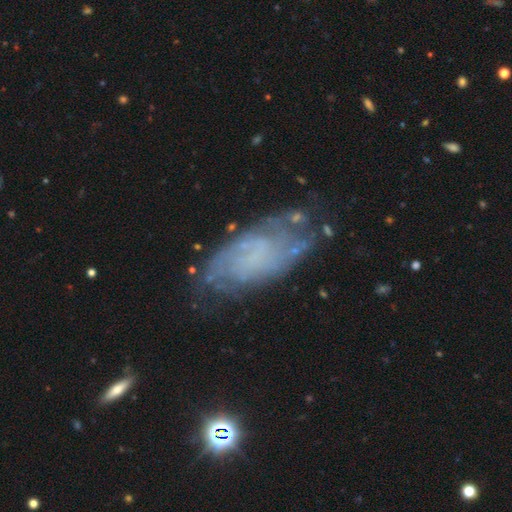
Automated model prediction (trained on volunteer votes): Morphology: type=featured or disk (69%); edge-on=no (93%); bar=no (70%); spiral arms=yes (79%); winding=tight (49%); arm count=can't tell (49%); bulge=none (69%); merging=none (63%).